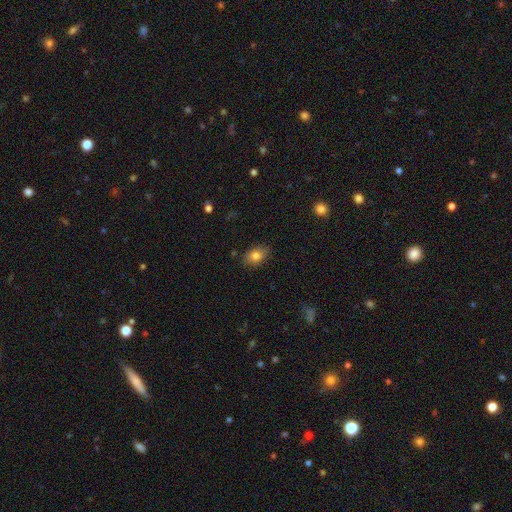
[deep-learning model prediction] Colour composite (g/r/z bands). It shows a smooth galaxy with no disk features (79%) that is in between round and cigar-shaped (77%). Merging: none (81%).